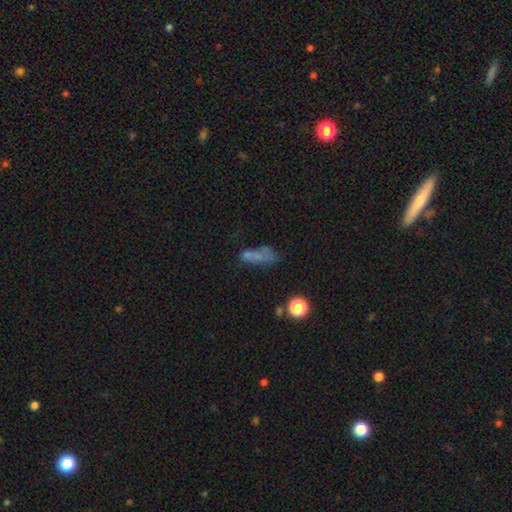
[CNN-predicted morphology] Smooth or featured? Predicted: smooth (p=0.53). How rounded? Predicted: in between (p=0.60). Merging? Predicted: none (p=0.36).